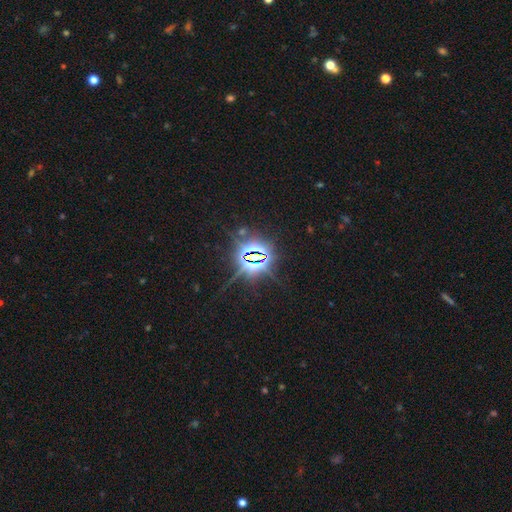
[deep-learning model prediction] A star or artifact, not a galaxy (84%).

Vote fractions:
- Smooth or featured? star or artifact: 84% / smooth: 9% / featured or disk: 7%